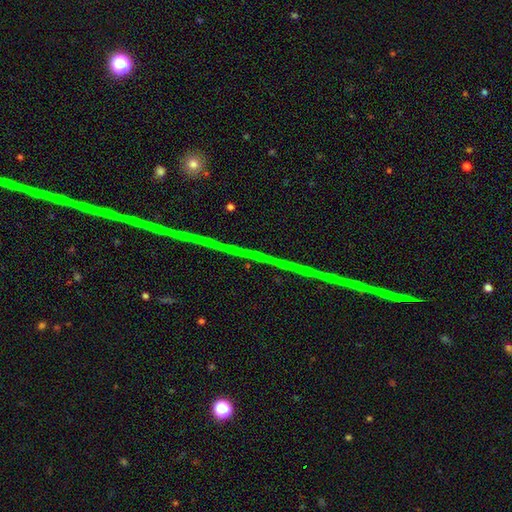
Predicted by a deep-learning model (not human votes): Morphology: type=star or artifact (82%).